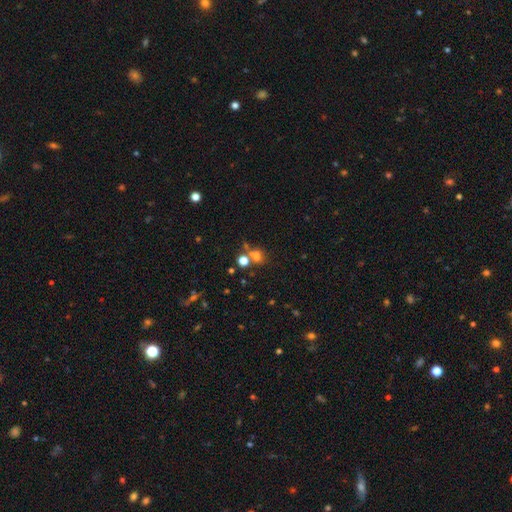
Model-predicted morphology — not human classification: smooth 60%, star or artifact 27%, featured or disk 13%. Down the decision tree: how rounded — round (62%); merging — none (50%).